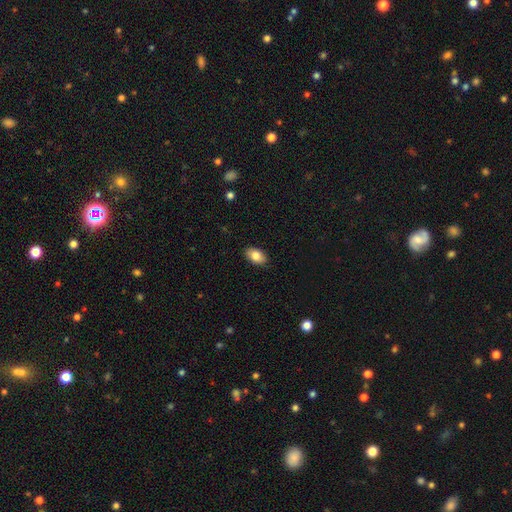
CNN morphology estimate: Smooth or featured? smooth (83%)
How rounded? in between (90%)
Merging? none (88%)